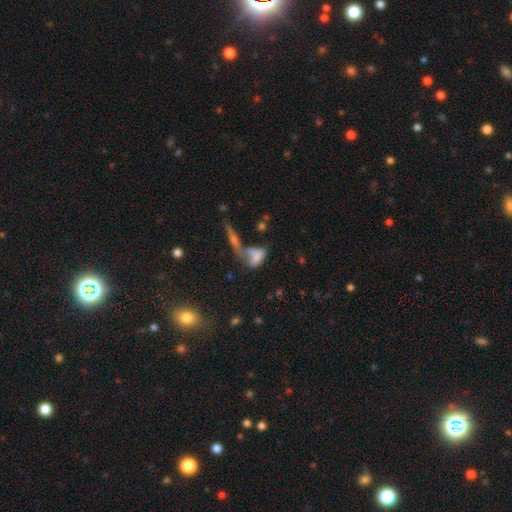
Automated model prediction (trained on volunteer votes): smooth 67%, featured or disk 21%, star or artifact 12%. Down the decision tree: how rounded — in between (80%); merging — merger (47%).